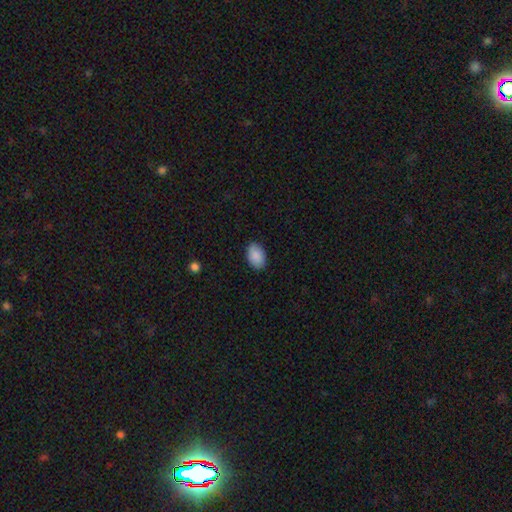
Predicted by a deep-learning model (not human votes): The model was most divided on "merging": none: 88%, minor disturbance: 9%, major disturbance: 2%, merger: 1%. More confident: smooth or featured — smooth (90%); how rounded — in between (89%).